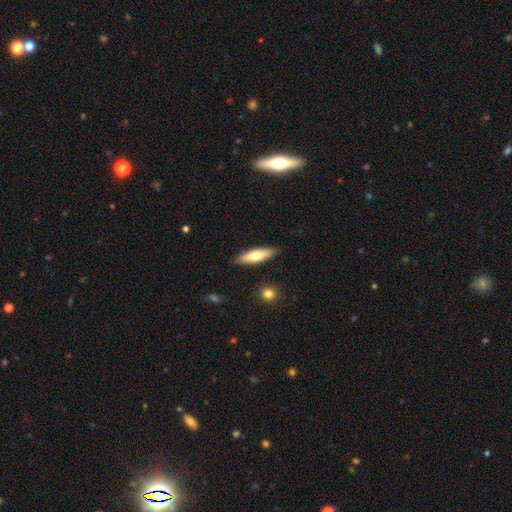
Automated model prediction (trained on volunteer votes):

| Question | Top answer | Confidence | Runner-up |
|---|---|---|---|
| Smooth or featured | smooth | 64% | featured or disk (30%) |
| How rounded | cigar-shaped | 59% | in between (39%) |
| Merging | none | 88% | minor disturbance (9%) |